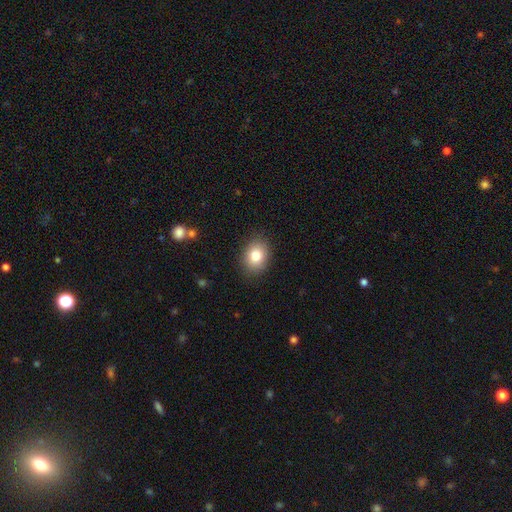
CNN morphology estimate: This is clearly a smooth galaxy (81%). How rounded: possibly in between (53%). Merging: clearly none (88%).